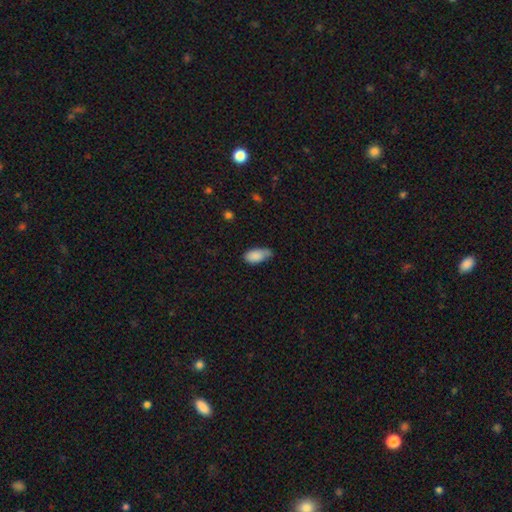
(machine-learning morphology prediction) Smooth or featured? Predicted: smooth (p=0.85). How rounded? Predicted: in between (p=0.92). Merging? Predicted: none (p=0.45).